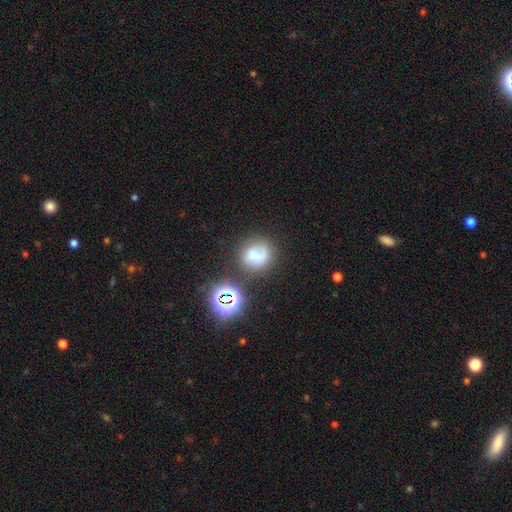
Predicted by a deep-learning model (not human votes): This is possibly a smooth galaxy (52%). How rounded: likely round (76%). Merging: possibly none (55%).